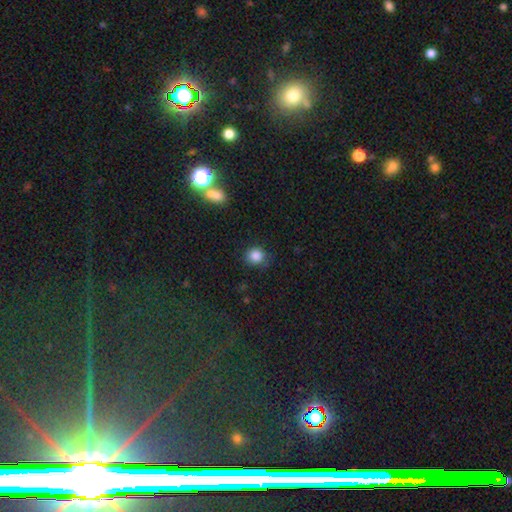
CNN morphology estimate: Overall: smooth (86%). How rounded: round (86%). Merging: none (80%).